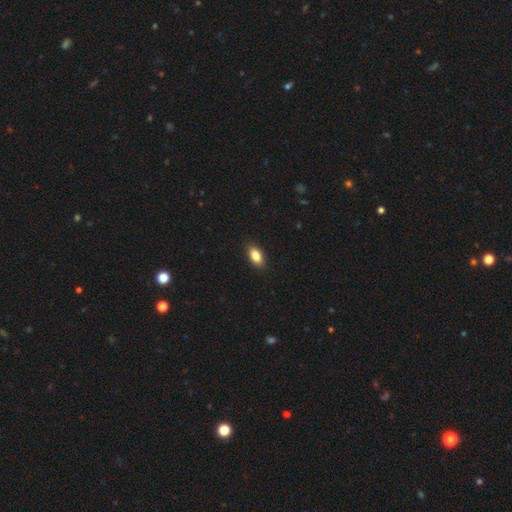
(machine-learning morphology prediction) This appears to be a smooth galaxy with no disk features (85%) that is in between round and cigar-shaped (90%). Merging: none (89%).